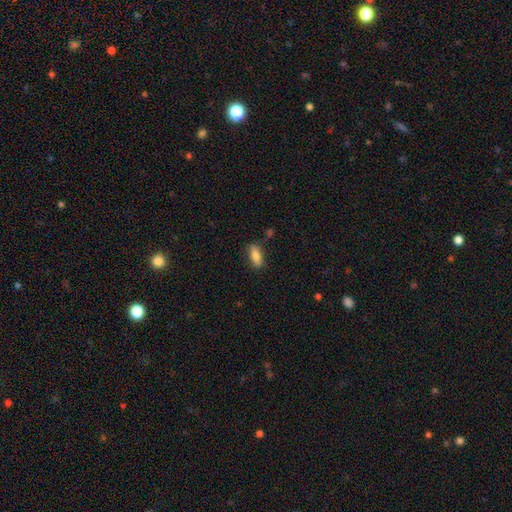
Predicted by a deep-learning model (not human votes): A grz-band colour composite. It shows a smooth galaxy with no disk features (76%) that is in between round and cigar-shaped (69%). Merging: none (82%).